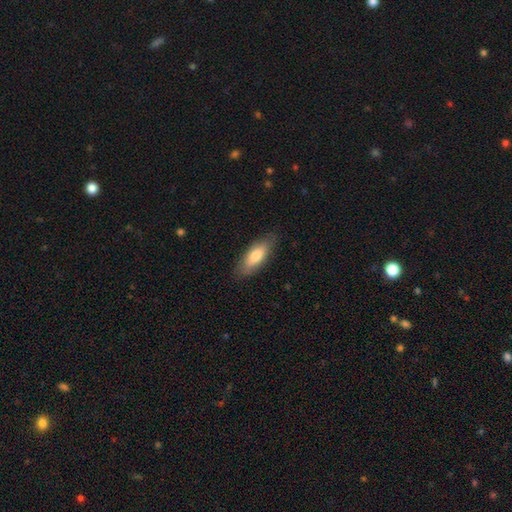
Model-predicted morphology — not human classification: Smooth or featured? smooth (73%)
How rounded? in between (72%)
Merging? none (83%)